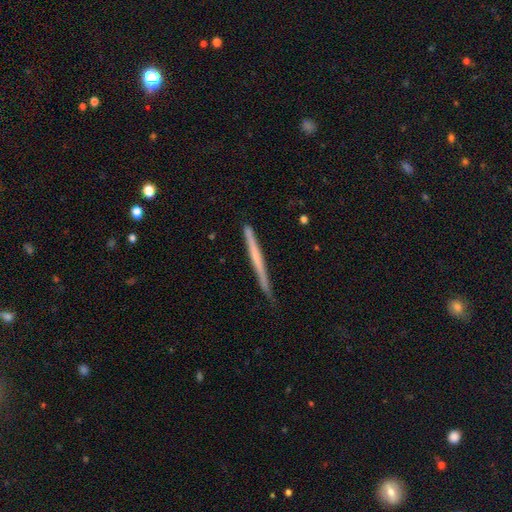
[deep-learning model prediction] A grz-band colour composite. It shows a featured or disk galaxy (52%) viewed edge-on (97%) with no central bulge (83%). Merging: none (82%).